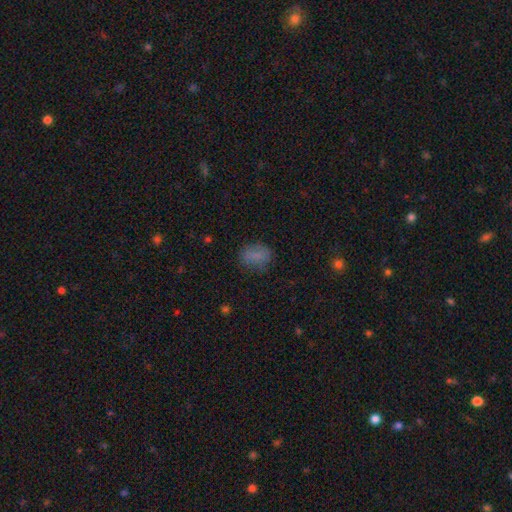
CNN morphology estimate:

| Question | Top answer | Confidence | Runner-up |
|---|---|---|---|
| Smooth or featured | smooth | 78% | star or artifact (12%) |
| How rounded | in between | 65% | round (32%) |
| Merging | none | 75% | minor disturbance (17%) |